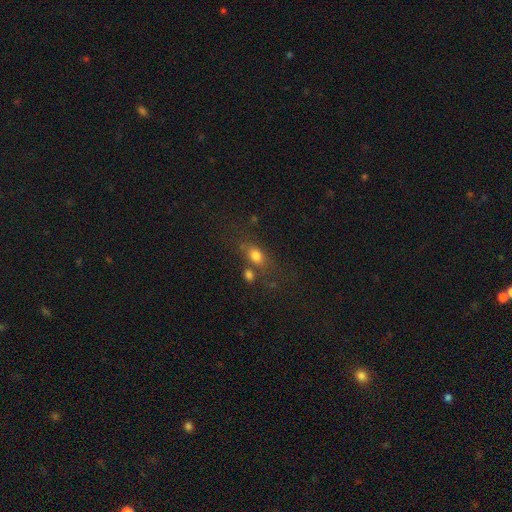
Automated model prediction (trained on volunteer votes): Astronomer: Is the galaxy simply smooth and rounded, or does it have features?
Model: smooth — 76%.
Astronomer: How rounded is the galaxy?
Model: in between — 68%.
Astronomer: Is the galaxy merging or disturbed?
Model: none — 56%.